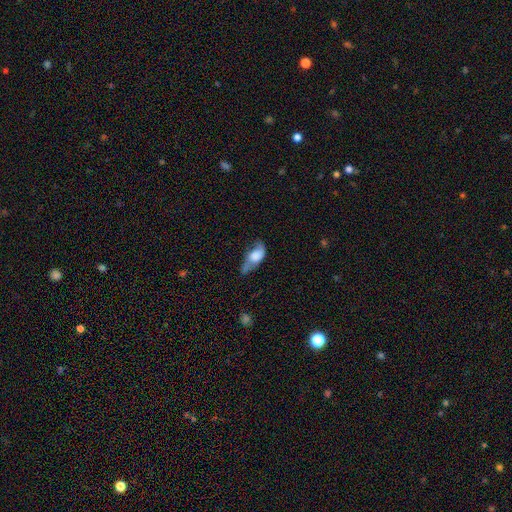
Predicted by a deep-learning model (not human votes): Q: Smooth or featured?
A: smooth (56%); runner-up: featured or disk (36%)
Q: How rounded?
A: in between (86%); runner-up: cigar-shaped (8%)
Q: Merging?
A: minor disturbance (35%); runner-up: none (33%)